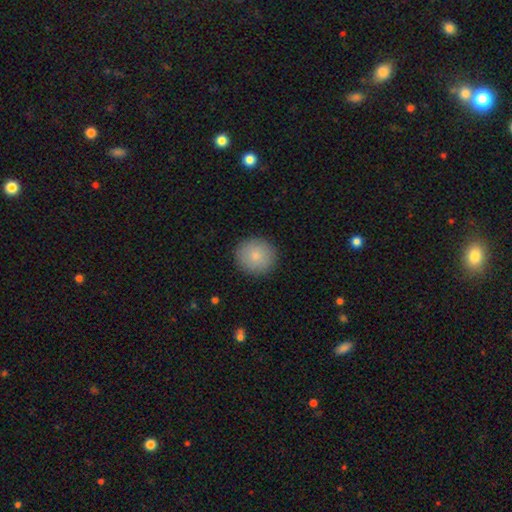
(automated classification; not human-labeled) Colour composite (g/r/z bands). It shows a smooth galaxy with no disk features (85%) that is round (92%). Merging: none (90%).